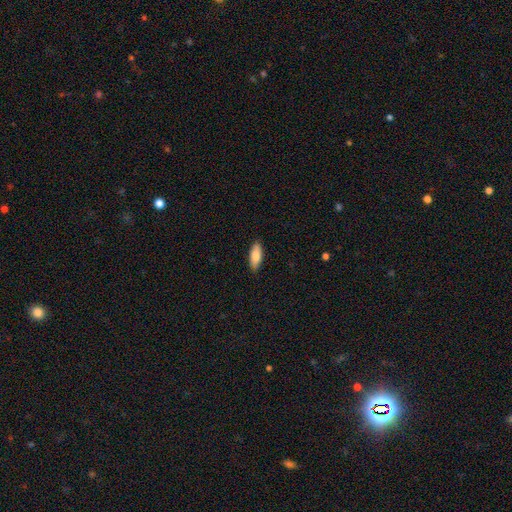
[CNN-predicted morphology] Smooth or featured: smooth — 82% (featured or disk — 12%)
How rounded: in between — 73% (cigar-shaped — 25%)
Merging: none — 89% (minor disturbance — 9%)